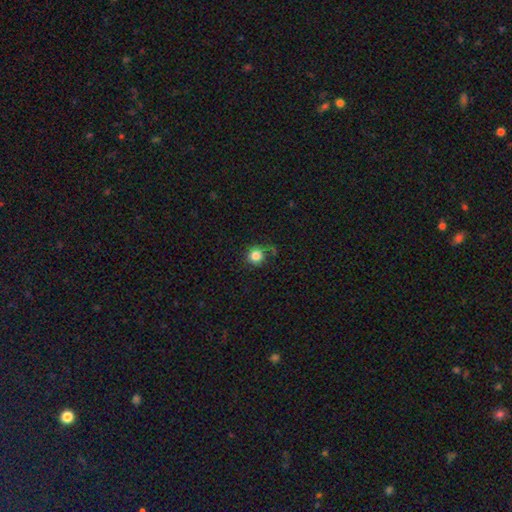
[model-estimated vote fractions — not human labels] A smooth galaxy with no disk features (83%) that is round (93%).

Vote fractions:
- Smooth or featured? smooth: 83% / star or artifact: 11% / featured or disk: 6%
- How rounded? round: 93% / in between: 7% / cigar-shaped: 1%
- Merging? none: 75% / minor disturbance: 15% / major disturbance: 6% / merger: 4%